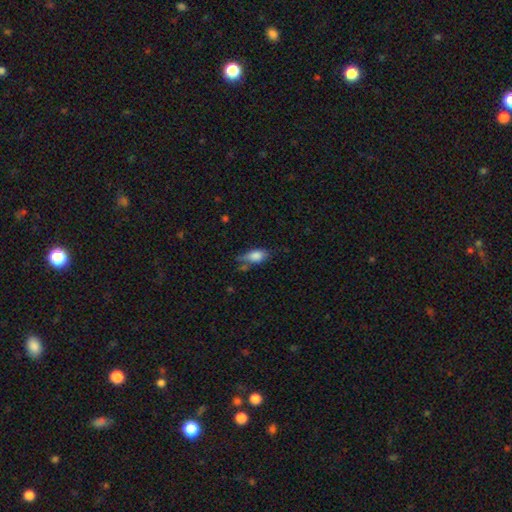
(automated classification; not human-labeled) smooth-or-featured: smooth: 82% | featured or disk: 11% | star or artifact: 8%
  how-rounded: in between: 86% | cigar-shaped: 9% | round: 5%
  merging: none: 50% | minor disturbance: 31% | major disturbance: 10% | merger: 9%